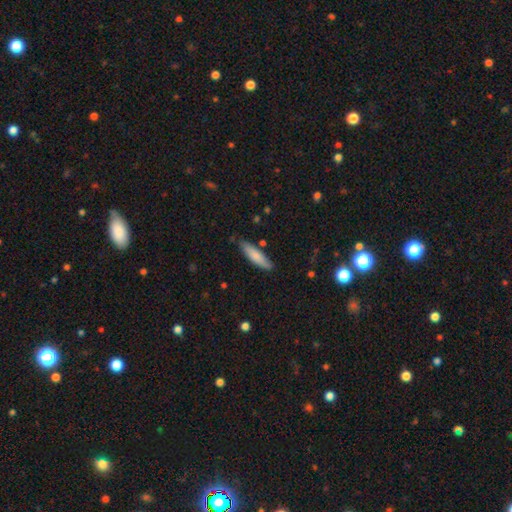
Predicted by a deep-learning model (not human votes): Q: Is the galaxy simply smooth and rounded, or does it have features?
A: smooth — 77%.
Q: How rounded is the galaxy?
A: cigar-shaped — 71%.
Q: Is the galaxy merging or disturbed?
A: none — 81%.